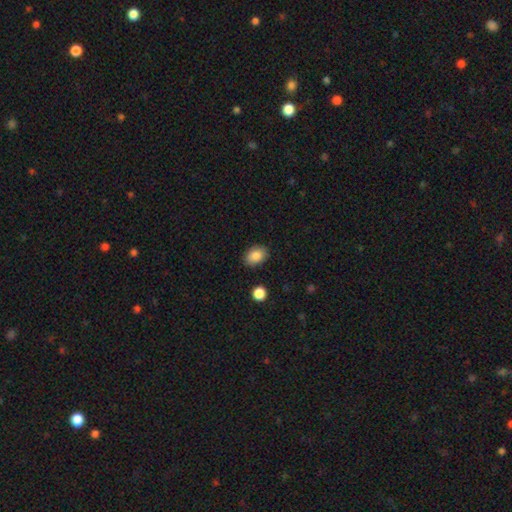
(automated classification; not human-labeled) This is clearly a smooth galaxy (87%). How rounded: clearly in between (81%). Merging: clearly none (87%).